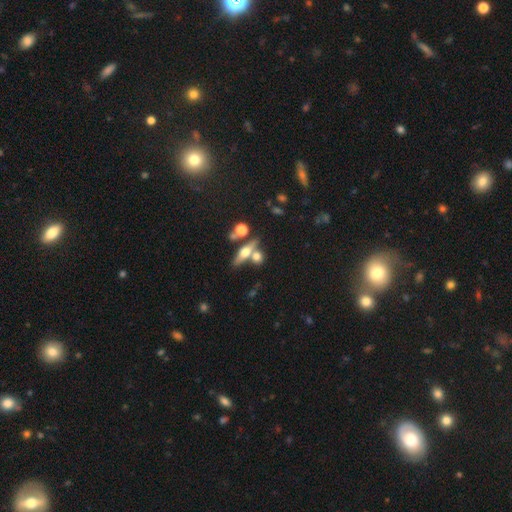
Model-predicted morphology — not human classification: smooth-or-featured: smooth: 47% | featured or disk: 42% | star or artifact: 11%
  merging: none: 53% | merger: 31% | minor disturbance: 11% | major disturbance: 5%